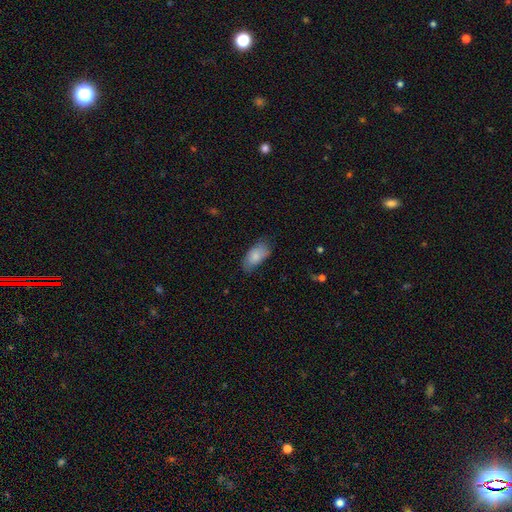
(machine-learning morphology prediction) This appears to be a smooth galaxy with no disk features (82%) that is in between round and cigar-shaped (93%). Merging: none (68%).